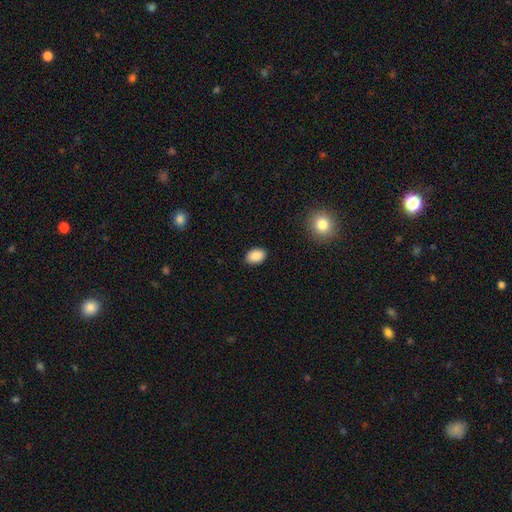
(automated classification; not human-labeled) smooth 89%, star or artifact 8%, featured or disk 3%. Down the decision tree: how rounded — in between (83%); merging — none (89%).